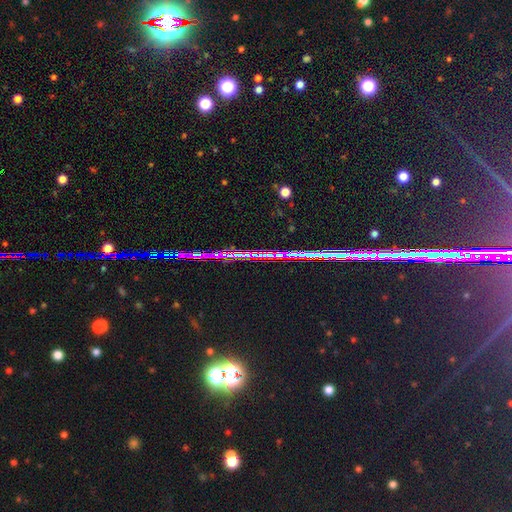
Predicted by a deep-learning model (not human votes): star or artifact 75%, featured or disk 14%, smooth 12%.